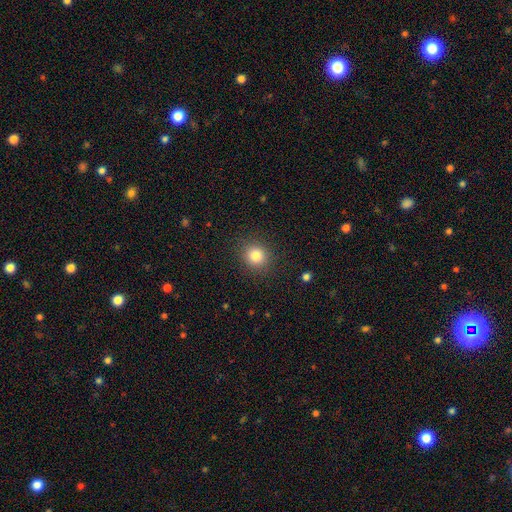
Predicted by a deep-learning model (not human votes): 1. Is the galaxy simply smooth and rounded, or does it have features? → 82% smooth, 12% star or artifact, 7% featured or disk.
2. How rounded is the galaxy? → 83% round, 16% in between, 1% cigar-shaped.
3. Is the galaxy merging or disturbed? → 88% none, 8% minor disturbance, 3% major disturbance, 1% merger.